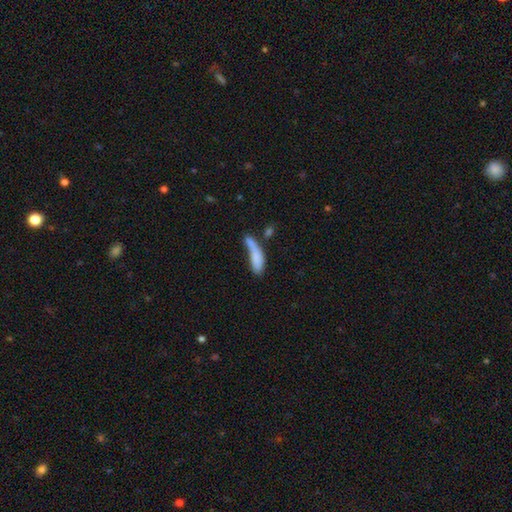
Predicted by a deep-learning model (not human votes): Smooth or featured: smooth — 74% (featured or disk — 18%)
How rounded: cigar-shaped — 57% (in between — 40%)
Merging: merger — 32% (none — 28%)